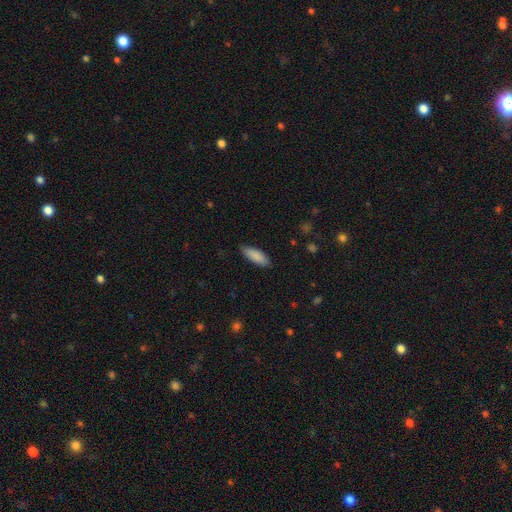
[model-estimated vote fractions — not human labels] Q: Smooth or featured?
A: smooth (87%); runner-up: featured or disk (7%)
Q: How rounded?
A: in between (63%); runner-up: cigar-shaped (35%)
Q: Merging?
A: none (83%); runner-up: minor disturbance (13%)